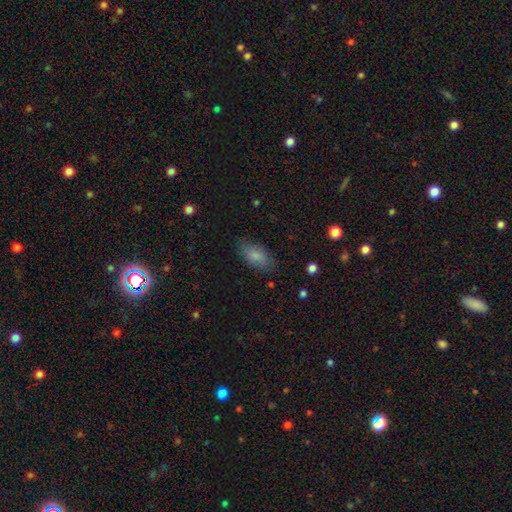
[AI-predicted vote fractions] Smooth or featured?
  - smooth: 83% *
  - featured or disk: 9%
  - star or artifact: 8%
How rounded?
  - in between: 89% *
  - cigar-shaped: 7%
  - round: 3%
Merging?
  - none: 81% *
  - minor disturbance: 14%
  - major disturbance: 4%
  - merger: 1%